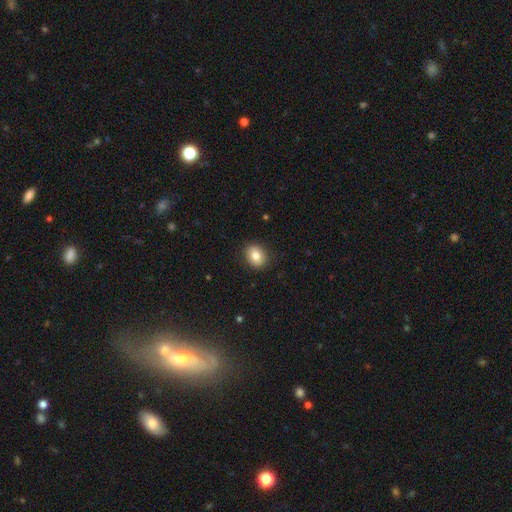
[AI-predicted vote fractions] Smooth or featured? smooth (81%)
How rounded? in between (54%)
Merging? none (88%)